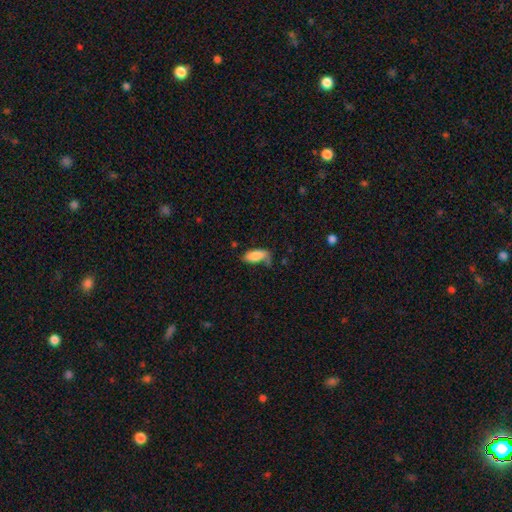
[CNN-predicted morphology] Smooth or featured: smooth — 81% (featured or disk — 12%)
How rounded: in between — 84% (cigar-shaped — 14%)
Merging: none — 48% (minor disturbance — 29%)